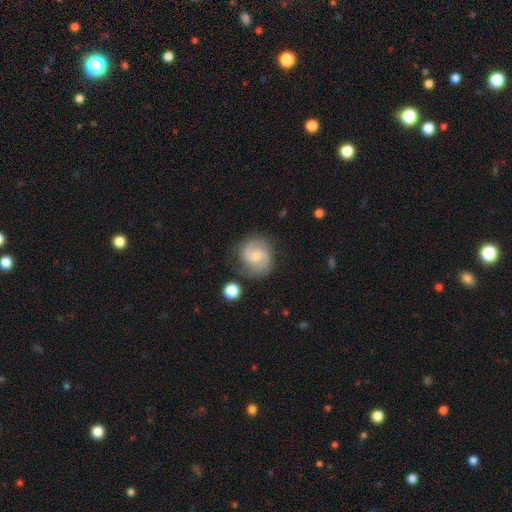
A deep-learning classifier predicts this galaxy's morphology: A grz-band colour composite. It shows a featured or disk galaxy (84%) with no bar (48%), 2 (91%) medium (54%) spiral arms (97%) and a small central bulge (52%). Merging: none (80%).